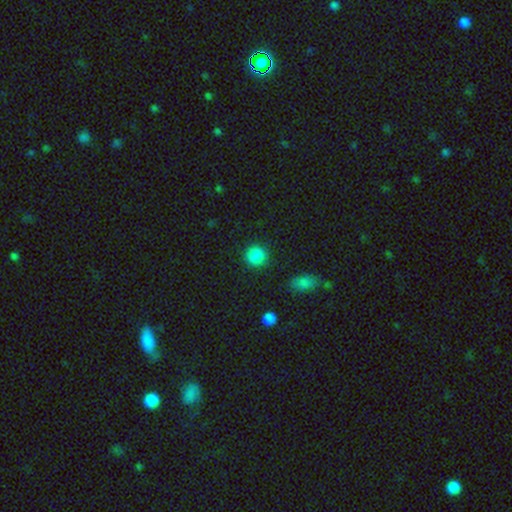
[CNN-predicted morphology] Overall: smooth (87%). How rounded: round (92%). Merging: none (90%).